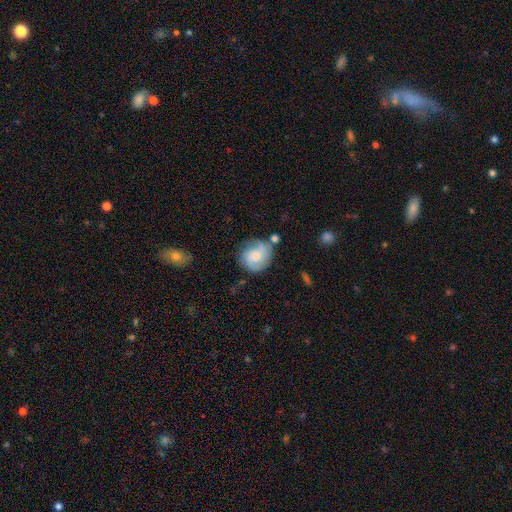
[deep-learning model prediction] smooth 47%, featured or disk 46%, star or artifact 8%. Down the decision tree: merging — none (62%).